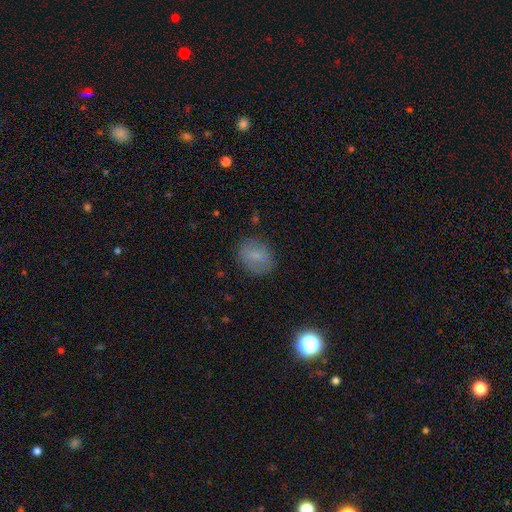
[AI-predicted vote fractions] smooth_or_featured: smooth (p=0.70) [alt: featured or disk p=0.20]
how_rounded: in between (p=0.57) [alt: round p=0.41]
merging: none (p=0.80) [alt: minor disturbance p=0.14]